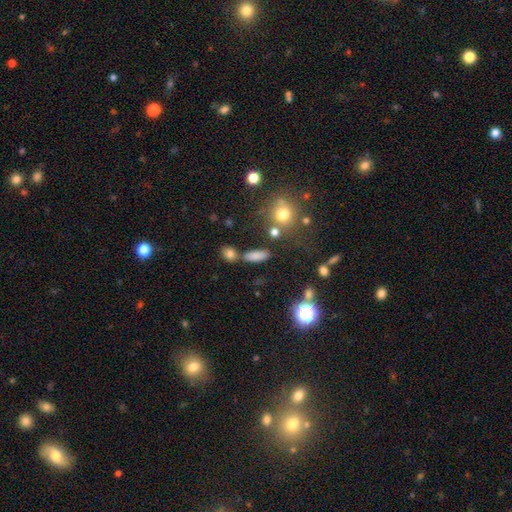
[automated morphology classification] The model was most divided on "how rounded": in between: 52%, cigar-shaped: 38%, round: 10%. More confident: smooth or featured — smooth (77%); merging — none (72%).